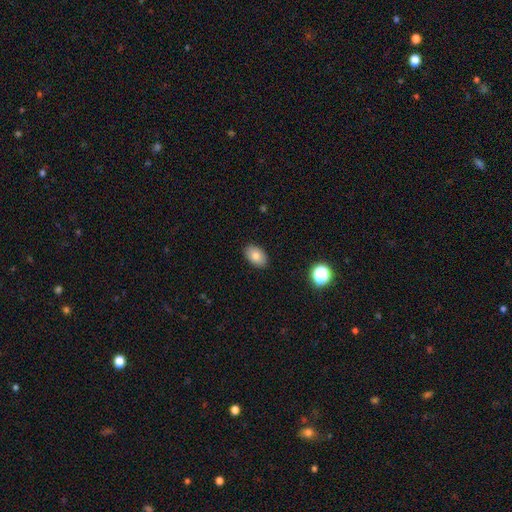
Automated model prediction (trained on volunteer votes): Smooth or featured? Predicted: smooth (p=0.80). How rounded? Predicted: in between (p=0.89). Merging? Predicted: none (p=0.88).